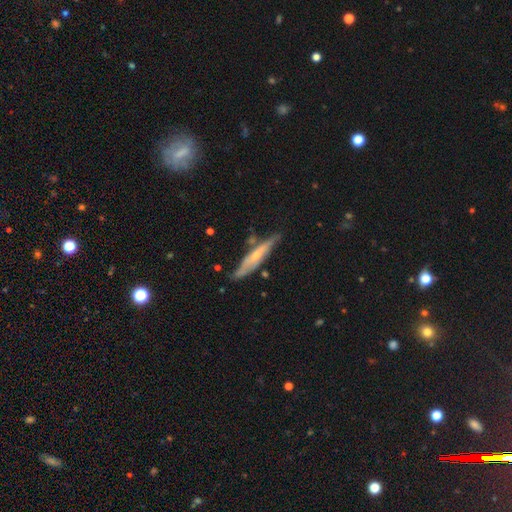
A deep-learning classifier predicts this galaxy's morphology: Overall: featured or disk (59%; smooth 36%). Edge-on disk: yes (80%). Merging: none (69%).